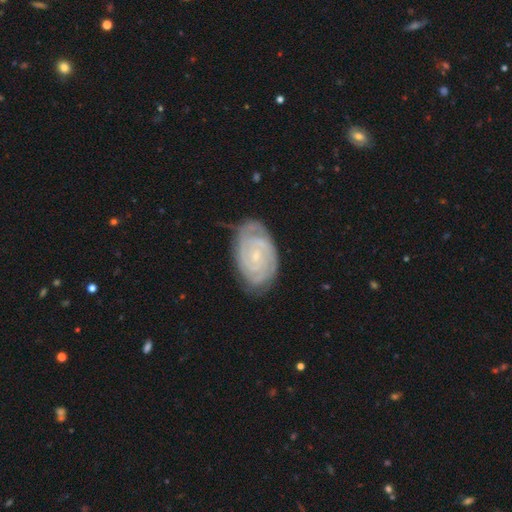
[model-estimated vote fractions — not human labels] This appears to be a featured or disk galaxy (81%) with no bar (66%), 2 (38%) tight (78%) spiral arms (96%) and a small central bulge (77%). Merging: none (76%).